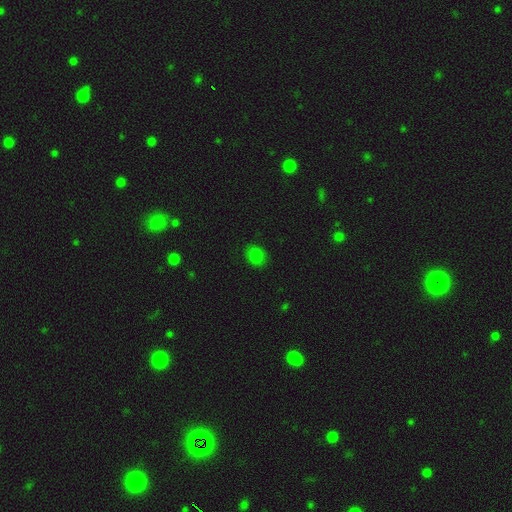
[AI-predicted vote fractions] A smooth galaxy with no disk features (80%) that is round (51%). Merging: none (84%).